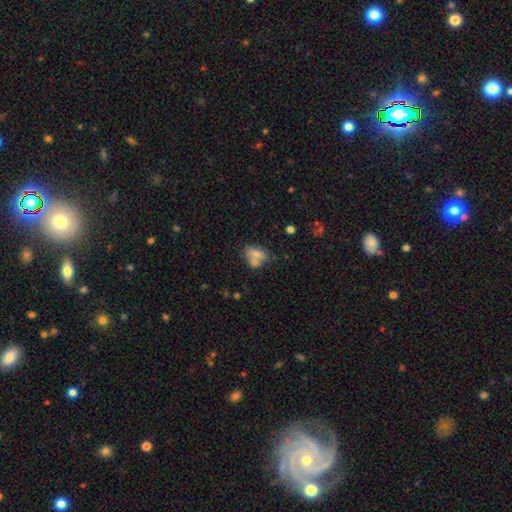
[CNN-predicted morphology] This is likely a smooth galaxy (69%). How rounded: likely in between (77%). Merging: marginally merger (39%).